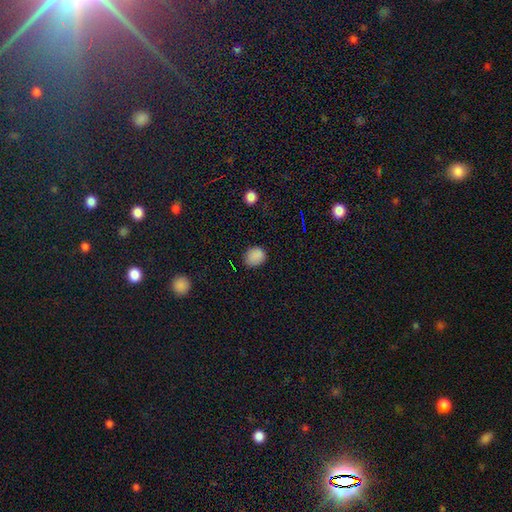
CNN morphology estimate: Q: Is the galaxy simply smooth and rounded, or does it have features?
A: smooth — 85%.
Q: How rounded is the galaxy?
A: round — 58%.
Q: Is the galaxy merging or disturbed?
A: none — 78%.